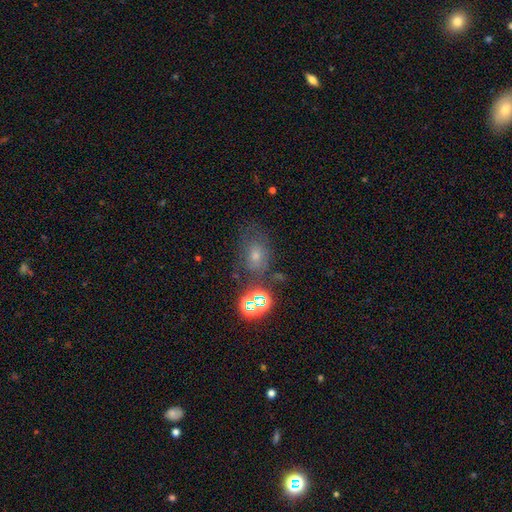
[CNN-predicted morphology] Smooth or featured: smooth — 41% (star or artifact — 37%)
Merging: none — 58% (minor disturbance — 20%)